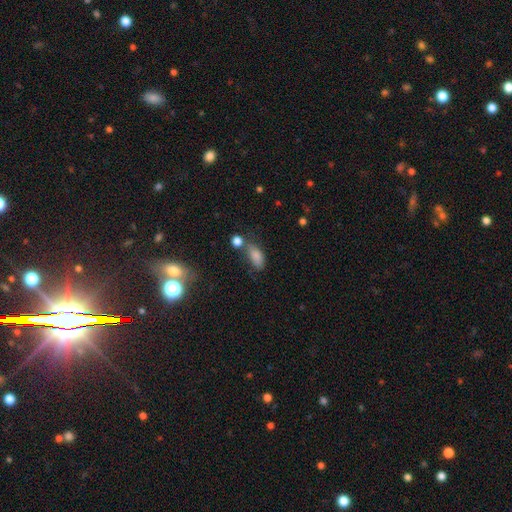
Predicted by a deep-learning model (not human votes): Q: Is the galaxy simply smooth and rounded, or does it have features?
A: smooth — 81%.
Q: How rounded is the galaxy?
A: in between — 85%.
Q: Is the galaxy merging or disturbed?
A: none — 50%.